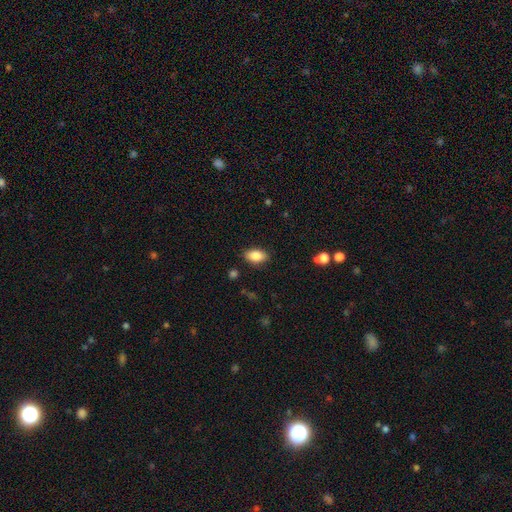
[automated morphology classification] Smooth or featured? smooth (84%)
How rounded? in between (91%)
Merging? none (87%)